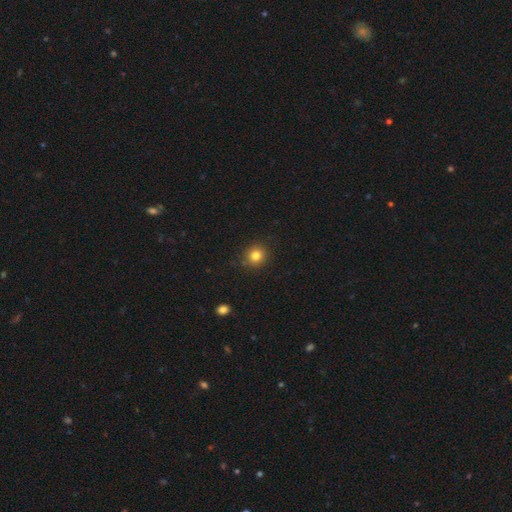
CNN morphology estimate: smooth 81%, star or artifact 12%, featured or disk 6%. Down the decision tree: how rounded — round (89%); merging — none (88%).